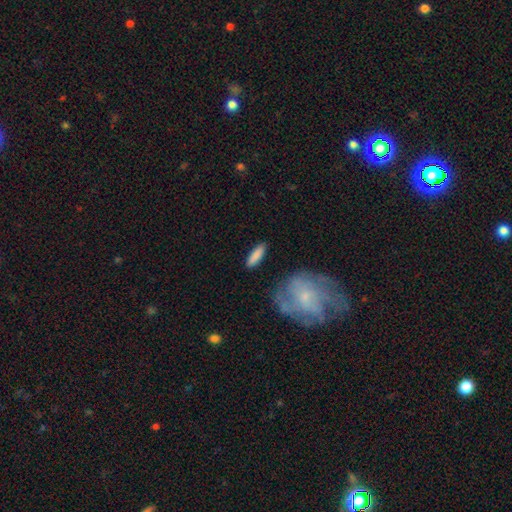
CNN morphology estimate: type=smooth (85%); roundness=cigar-shaped (59%); merging=none (87%).